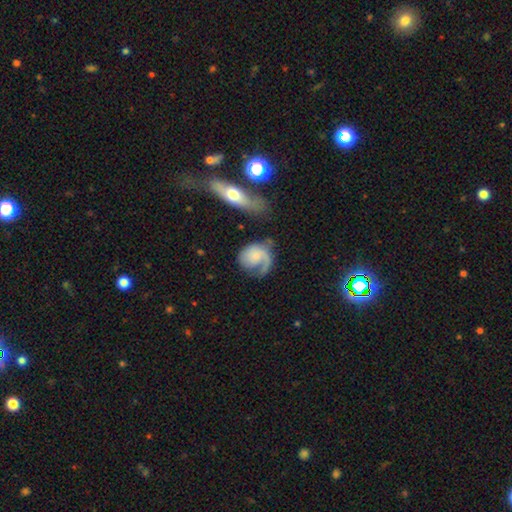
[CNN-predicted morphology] featured or disk 67%, smooth 27%, star or artifact 6%. Down the decision tree: edge-on disk — no (97%); bar — no (73%); spiral arms — yes (90%); spiral arm count — 1 (70%); spiral winding — medium (37%); bulge size — small (37%); merging — none (42%).